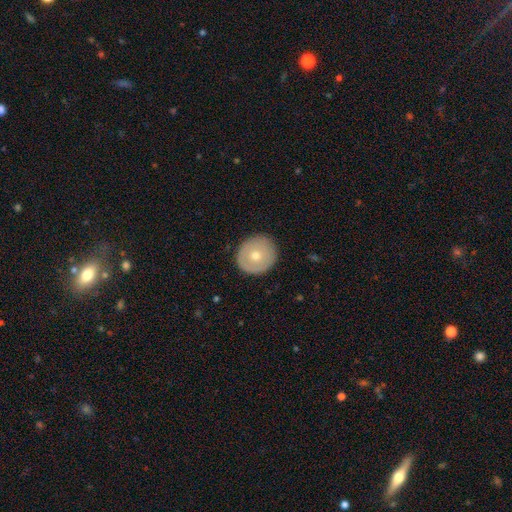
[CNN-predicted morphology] A smooth galaxy with no disk features (64%) that is round (89%).

Vote fractions:
- Smooth or featured? smooth: 64% / featured or disk: 29% / star or artifact: 7%
- How rounded? round: 89% / in between: 10% / cigar-shaped: 1%
- Merging? none: 88% / minor disturbance: 8% / major disturbance: 2% / merger: 1%